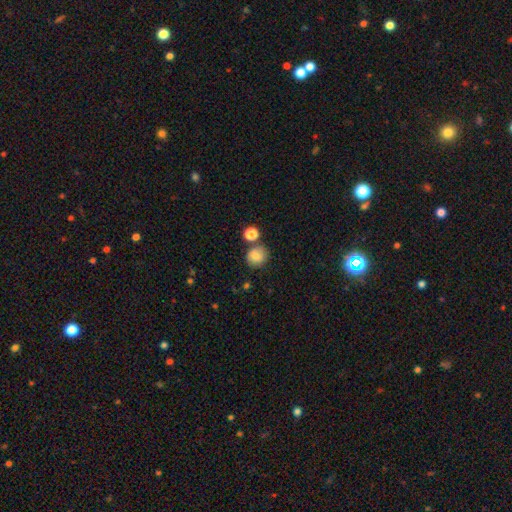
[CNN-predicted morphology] Smooth or featured? smooth (82%)
How rounded? round (84%)
Merging? none (71%)